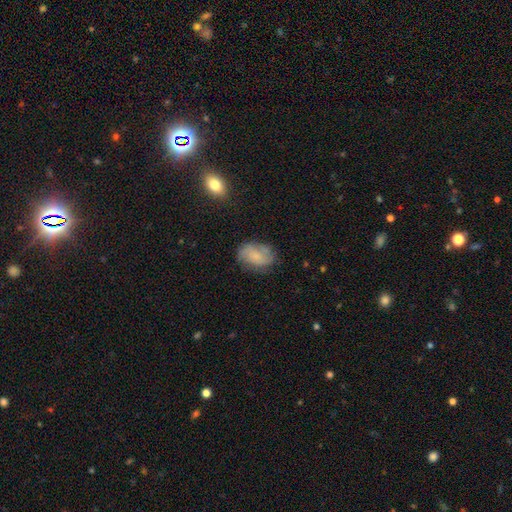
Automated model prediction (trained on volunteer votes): Overall: featured or disk (47%; smooth 44%). Merging: none (68%).